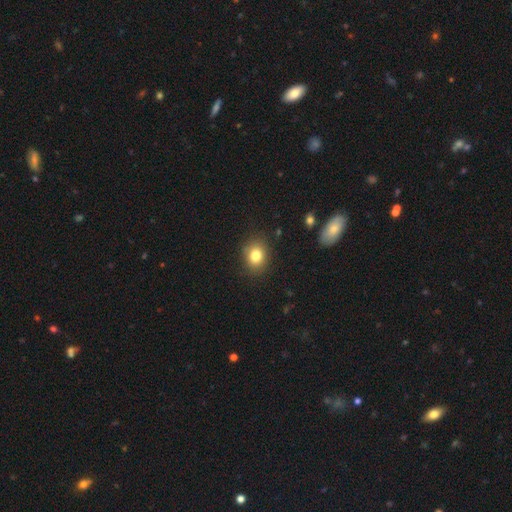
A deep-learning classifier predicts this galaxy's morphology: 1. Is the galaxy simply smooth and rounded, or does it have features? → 82% smooth, 11% star or artifact, 8% featured or disk.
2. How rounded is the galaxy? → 58% round, 41% in between, 1% cigar-shaped.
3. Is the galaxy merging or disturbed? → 87% none, 9% minor disturbance, 3% major disturbance, 1% merger.